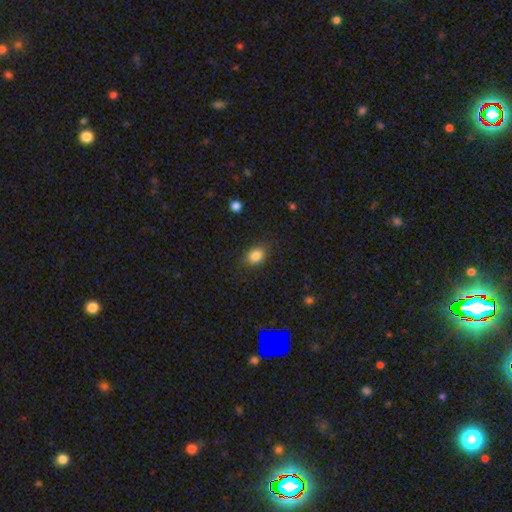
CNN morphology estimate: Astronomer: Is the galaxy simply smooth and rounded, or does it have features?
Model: smooth — 83%.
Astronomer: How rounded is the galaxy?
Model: in between — 59% (runner-up: round, 40%).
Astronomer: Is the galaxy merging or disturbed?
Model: none — 81%.